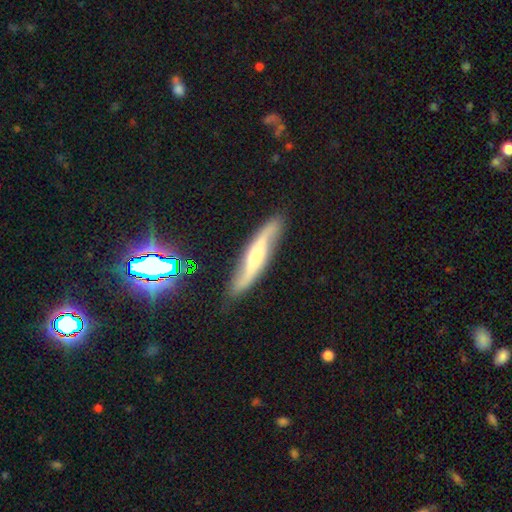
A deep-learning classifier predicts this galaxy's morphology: A featured or disk galaxy (71%).

Vote fractions:
- Smooth or featured? featured or disk: 71% / smooth: 22% / star or artifact: 7%
- Edge-on disk? no: 58% / yes: 42%
- Merging? none: 83% / minor disturbance: 12% / major disturbance: 3% / merger: 2%